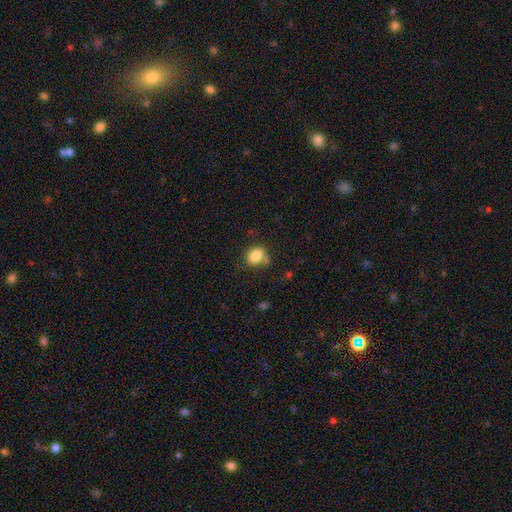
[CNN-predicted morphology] A smooth galaxy with no disk features (83%) that is round (50%). Merging: none (62%).